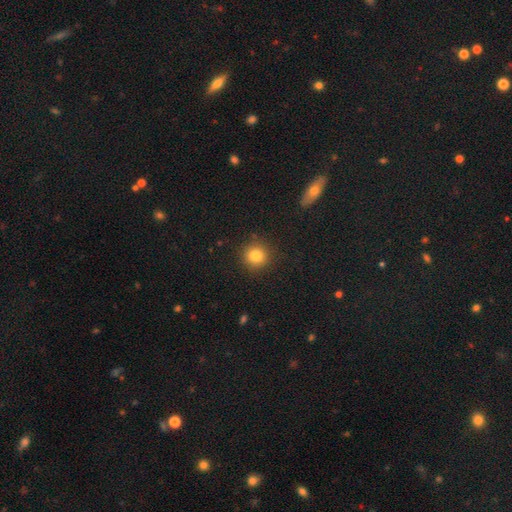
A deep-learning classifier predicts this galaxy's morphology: This appears to be a smooth galaxy with no disk features (82%) that is round (93%). Merging: none (90%).